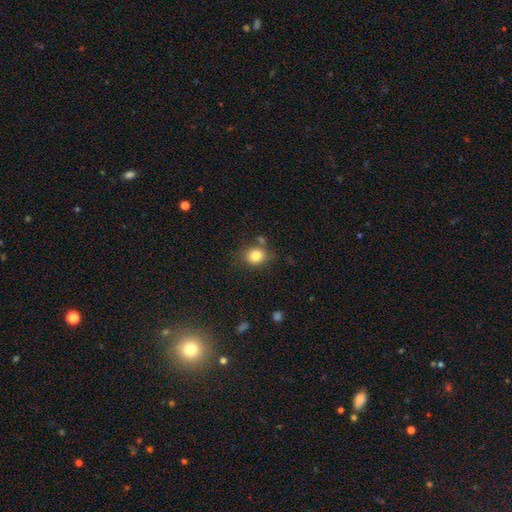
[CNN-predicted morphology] Smooth or featured?
  - smooth: 82% *
  - star or artifact: 11%
  - featured or disk: 7%
How rounded?
  - round: 69% *
  - in between: 30%
  - cigar-shaped: 1%
Merging?
  - none: 72% *
  - minor disturbance: 15%
  - merger: 8%
  - major disturbance: 5%